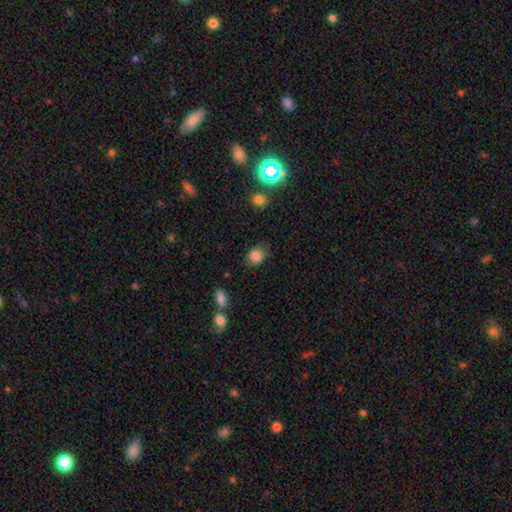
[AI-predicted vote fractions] smooth 83%, star or artifact 10%, featured or disk 7%. Down the decision tree: how rounded — in between (55%); merging — none (71%).